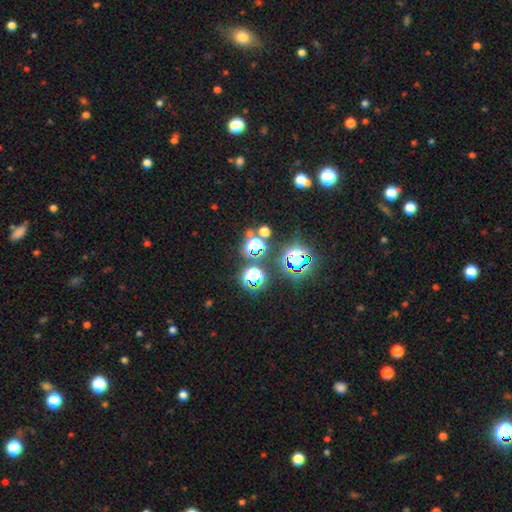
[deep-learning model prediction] This appears to be a star or artifact, not a galaxy (76%).